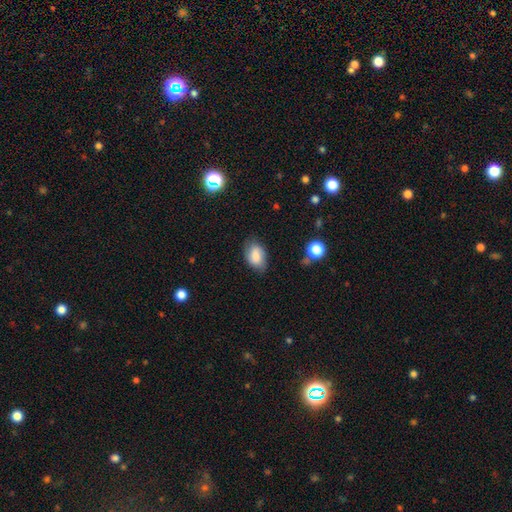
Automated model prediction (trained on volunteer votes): Q: Smooth or featured?
A: smooth (79%); runner-up: featured or disk (13%)
Q: How rounded?
A: in between (89%); runner-up: round (9%)
Q: Merging?
A: none (73%); runner-up: minor disturbance (21%)